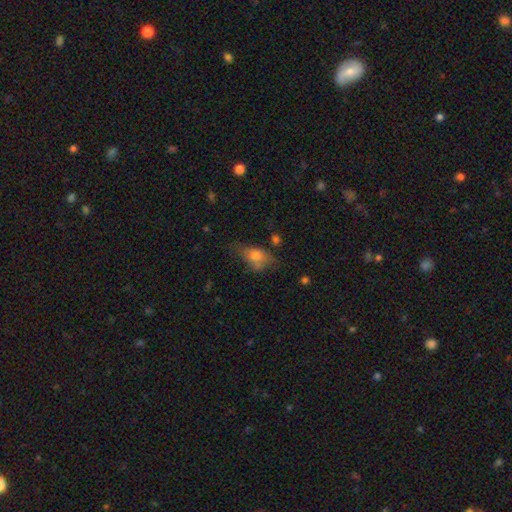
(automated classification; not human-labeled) This appears to be a smooth galaxy with no disk features (71%) that is in between round and cigar-shaped (79%). Merging: none (38%).